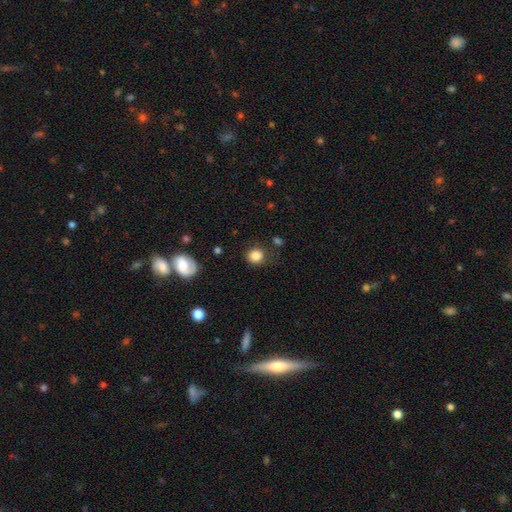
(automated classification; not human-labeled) Q: Smooth or featured?
A: smooth (83%); runner-up: star or artifact (10%)
Q: How rounded?
A: round (83%); runner-up: in between (16%)
Q: Merging?
A: none (75%); runner-up: minor disturbance (16%)